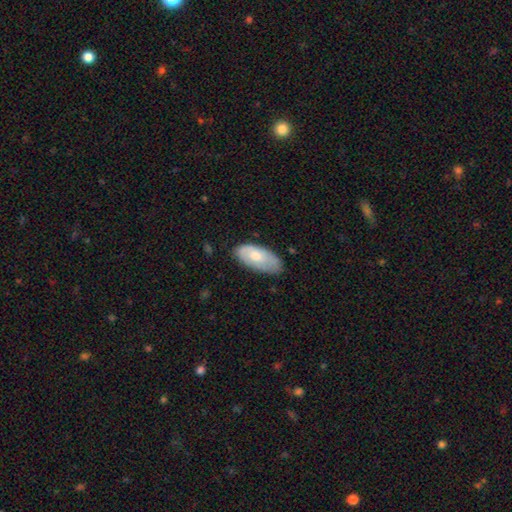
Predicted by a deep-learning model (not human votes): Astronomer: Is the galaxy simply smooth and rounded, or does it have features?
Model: smooth — 68%.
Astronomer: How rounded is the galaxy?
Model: in between — 92%.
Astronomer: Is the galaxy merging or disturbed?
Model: none — 68%.